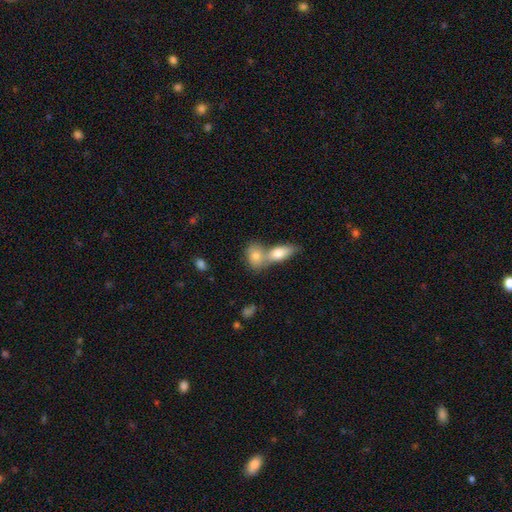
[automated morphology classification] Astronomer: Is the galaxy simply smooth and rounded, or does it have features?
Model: smooth — 78%.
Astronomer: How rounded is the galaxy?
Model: in between — 72%.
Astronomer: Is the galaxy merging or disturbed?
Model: merger — 59%.